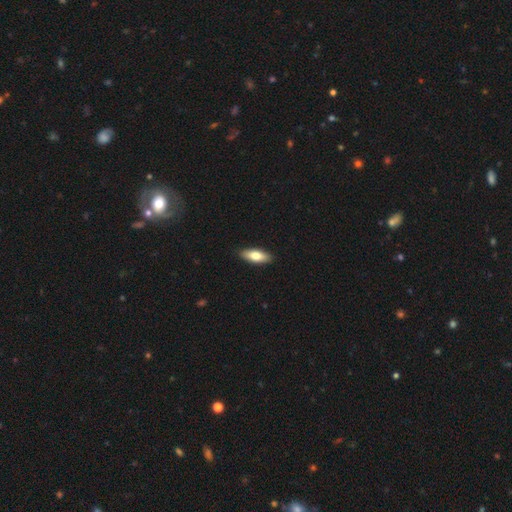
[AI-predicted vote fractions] smooth_or_featured: smooth (p=0.74) [alt: featured or disk p=0.21]
how_rounded: in between (p=0.70) [alt: cigar-shaped p=0.28]
merging: none (p=0.90) [alt: minor disturbance p=0.08]